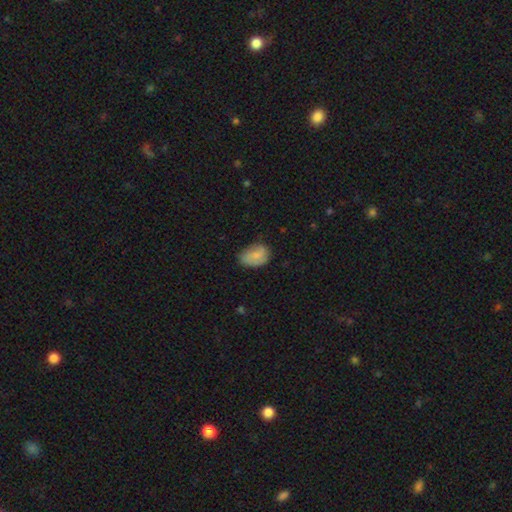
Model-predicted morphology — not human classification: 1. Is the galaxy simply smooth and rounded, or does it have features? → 68% smooth, 24% featured or disk, 8% star or artifact.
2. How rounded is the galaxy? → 81% in between, 17% round, 1% cigar-shaped.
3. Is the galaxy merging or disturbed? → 60% none, 30% minor disturbance, 8% major disturbance, 2% merger.